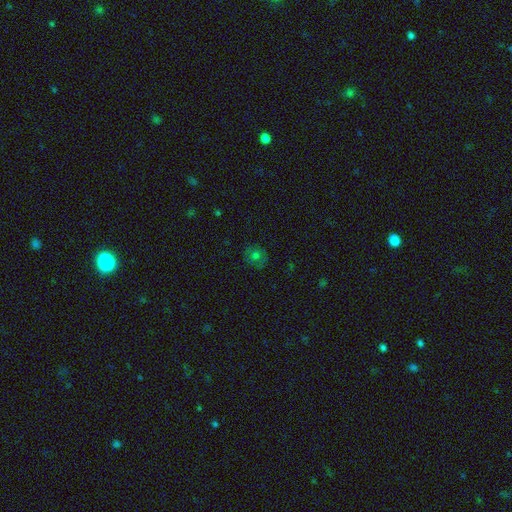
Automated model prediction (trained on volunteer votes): A smooth galaxy with no disk features (59%) that is round (80%). Merging: none (78%).